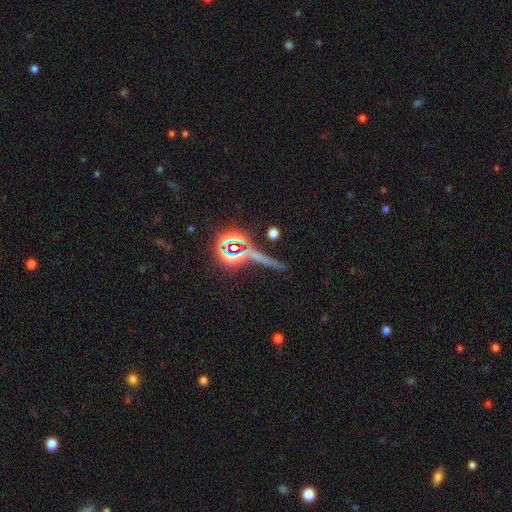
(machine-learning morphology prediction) A star or artifact, not a galaxy (60%).